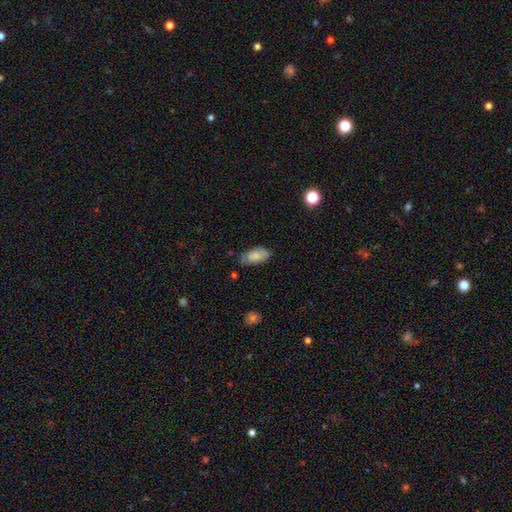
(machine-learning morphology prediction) A smooth galaxy with no disk features (75%) that is in between round and cigar-shaped (92%).

Vote fractions:
- Smooth or featured? smooth: 75% / featured or disk: 19% / star or artifact: 7%
- How rounded? in between: 92% / cigar-shaped: 5% / round: 3%
- Merging? none: 73% / minor disturbance: 21% / major disturbance: 4% / merger: 2%